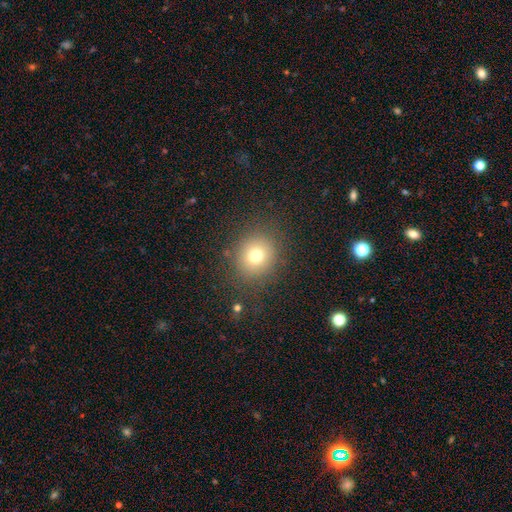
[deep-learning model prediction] Morphology: type=smooth (74%); roundness=round (84%); merging=none (85%).